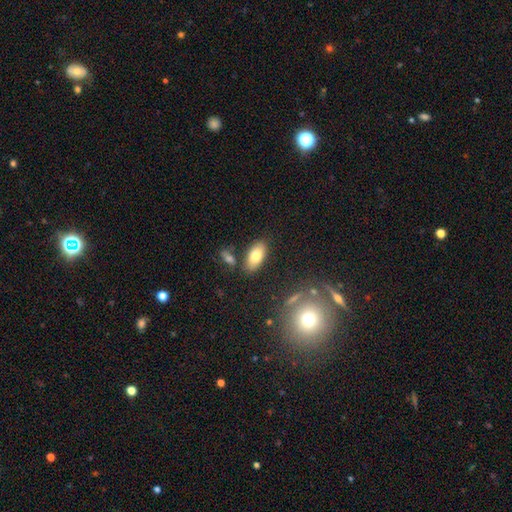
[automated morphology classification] Overall: smooth (79%). How rounded: in between (92%). Merging: none (80%).